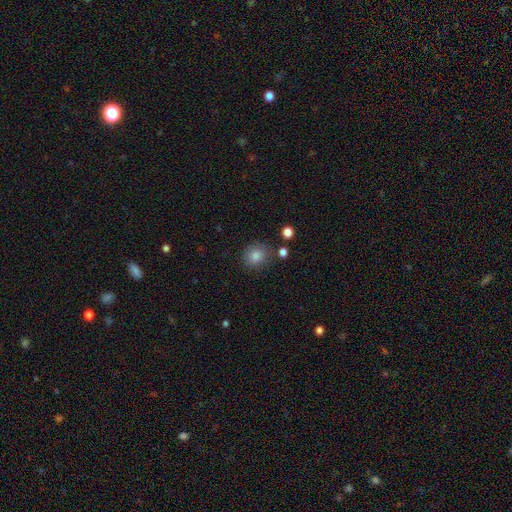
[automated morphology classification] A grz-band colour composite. It shows a smooth galaxy with no disk features (82%) that is round (78%). Merging: none (81%).